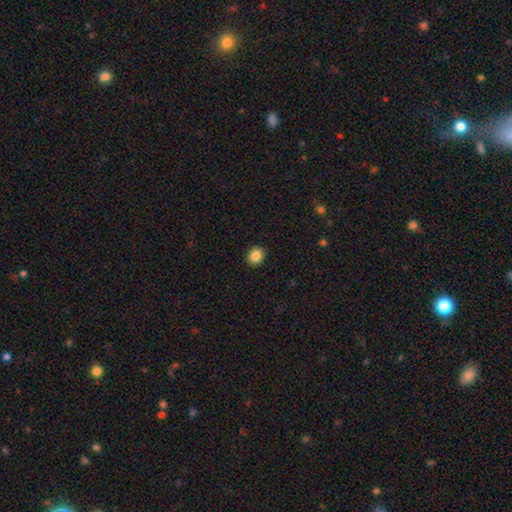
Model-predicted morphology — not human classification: Overall: smooth (86%). How rounded: round (71%). Merging: none (92%).